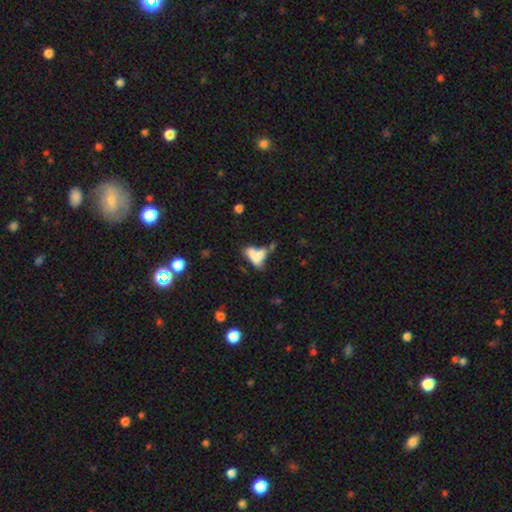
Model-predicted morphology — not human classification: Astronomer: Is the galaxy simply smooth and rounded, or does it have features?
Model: smooth — 62%.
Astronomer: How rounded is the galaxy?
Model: in between — 73%.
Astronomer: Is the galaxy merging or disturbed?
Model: merger — 49% (runner-up: none, 24%).